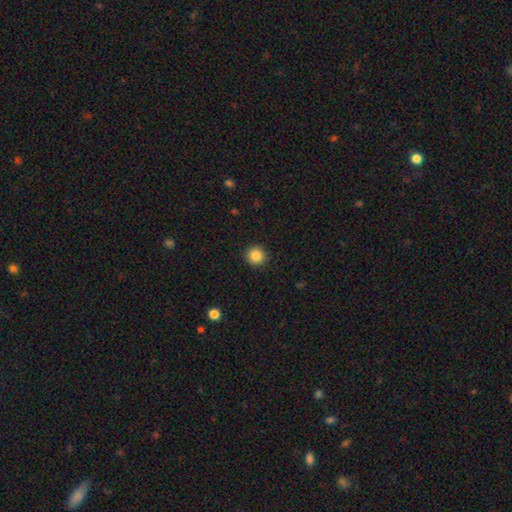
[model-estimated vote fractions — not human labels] Smooth or featured: smooth — 86% (star or artifact — 10%)
How rounded: round — 94% (in between — 5%)
Merging: none — 92% (minor disturbance — 5%)